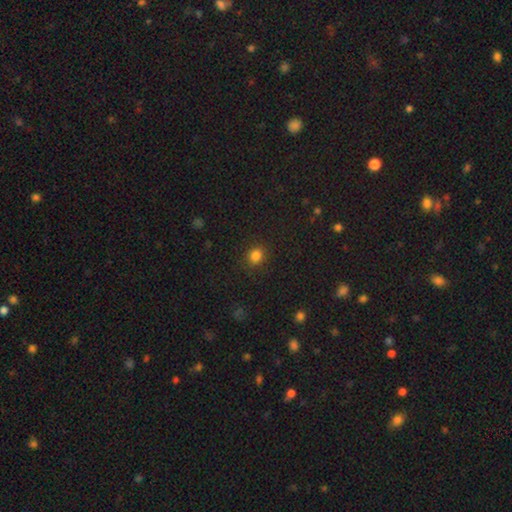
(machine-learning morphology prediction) Smooth or featured? smooth (83%)
How rounded? round (78%)
Merging? none (88%)